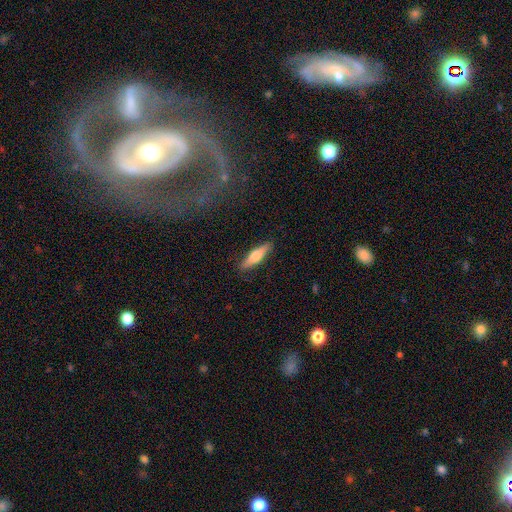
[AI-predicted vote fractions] Smooth or featured? Predicted: smooth (p=0.60). How rounded? Predicted: cigar-shaped (p=0.73). Merging? Predicted: none (p=0.88).